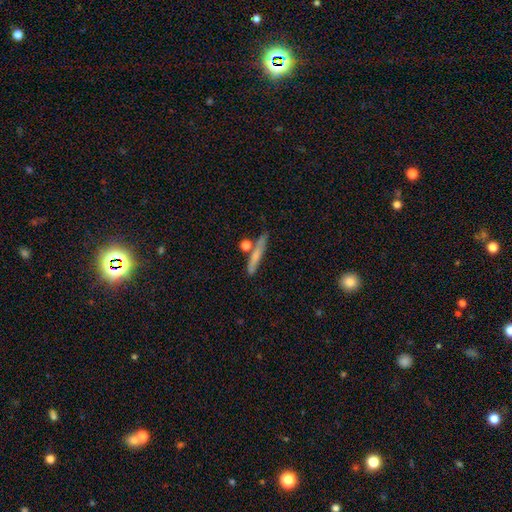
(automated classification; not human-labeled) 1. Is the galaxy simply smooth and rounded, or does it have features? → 62% smooth, 30% featured or disk, 8% star or artifact.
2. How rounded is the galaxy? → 89% cigar-shaped, 8% in between, 4% round.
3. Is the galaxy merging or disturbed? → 71% none, 15% minor disturbance, 10% merger, 4% major disturbance.